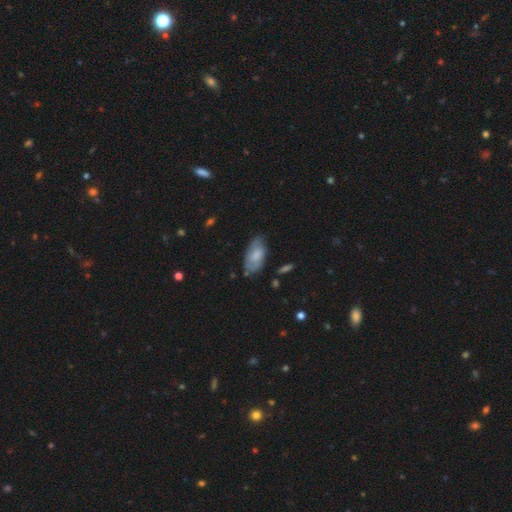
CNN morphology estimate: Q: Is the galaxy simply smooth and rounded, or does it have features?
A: smooth — 61%.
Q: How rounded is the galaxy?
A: in between — 92%.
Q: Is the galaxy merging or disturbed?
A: none — 61%.